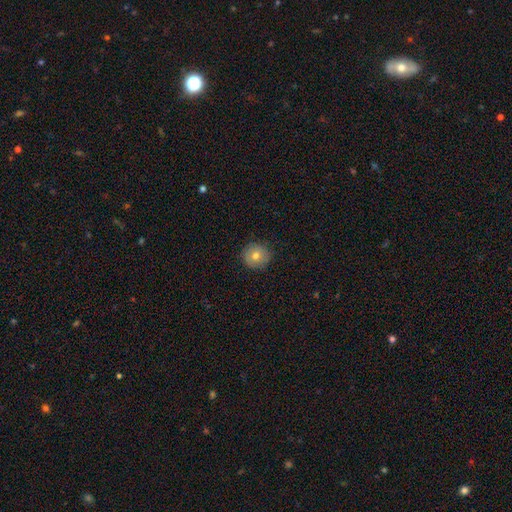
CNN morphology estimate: smooth_or_featured: smooth (p=0.72) [alt: featured or disk p=0.18]
how_rounded: round (p=0.94) [alt: in between p=0.05]
merging: none (p=0.89) [alt: minor disturbance p=0.08]